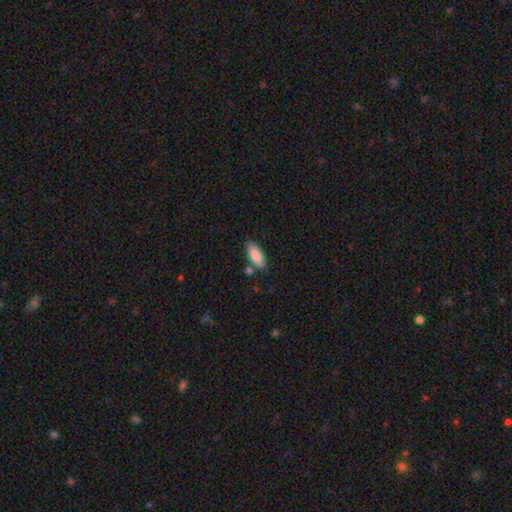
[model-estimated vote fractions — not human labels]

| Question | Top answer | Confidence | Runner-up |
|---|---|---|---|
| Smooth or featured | smooth | 87% | featured or disk (7%) |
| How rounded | in between | 85% | cigar-shaped (13%) |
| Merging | none | 76% | minor disturbance (13%) |